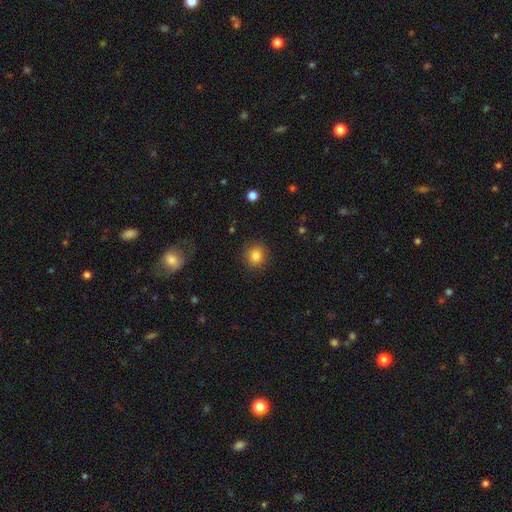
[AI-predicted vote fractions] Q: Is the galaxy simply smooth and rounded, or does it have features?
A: smooth — 84%.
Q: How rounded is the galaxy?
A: round — 87%.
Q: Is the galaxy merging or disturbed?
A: none — 89%.